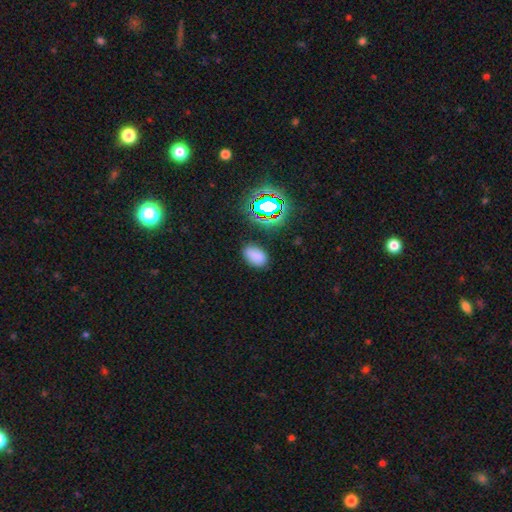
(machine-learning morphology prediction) A smooth galaxy with no disk features (73%) that is in between round and cigar-shaped (87%). Merging: none (79%).